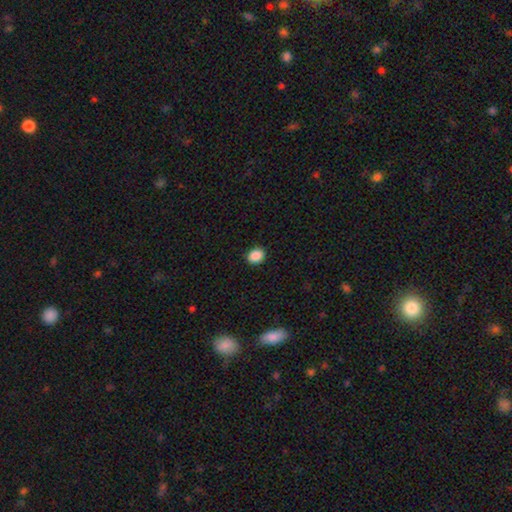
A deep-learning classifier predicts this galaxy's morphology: type=smooth (89%); roundness=round (53%); merging=none (90%).